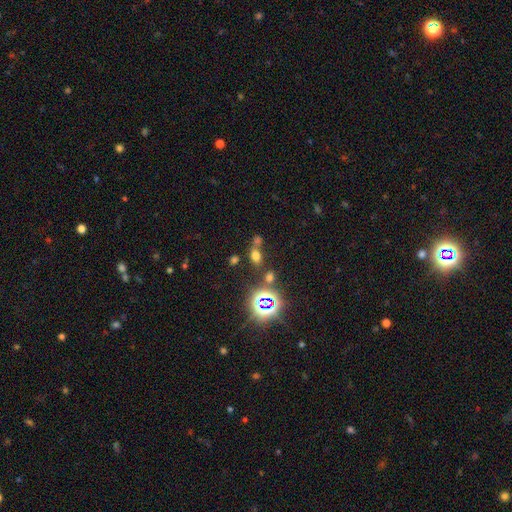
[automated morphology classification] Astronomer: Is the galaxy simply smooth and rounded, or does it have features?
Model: smooth — 57% (runner-up: star or artifact, 33%).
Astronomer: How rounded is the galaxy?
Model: in between — 72%.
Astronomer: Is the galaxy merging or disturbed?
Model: none — 55%.